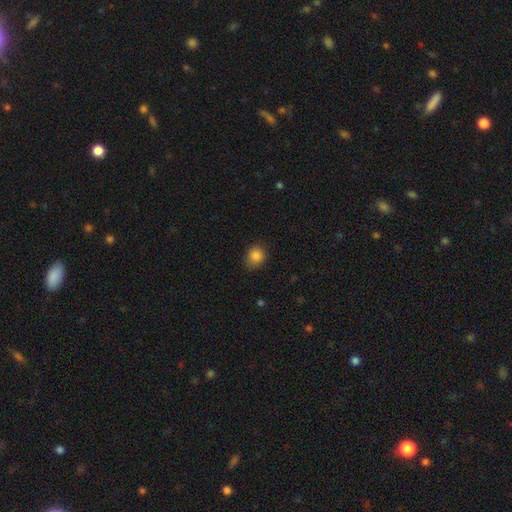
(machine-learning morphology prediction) type=smooth (85%); roundness=round (69%); merging=none (82%).